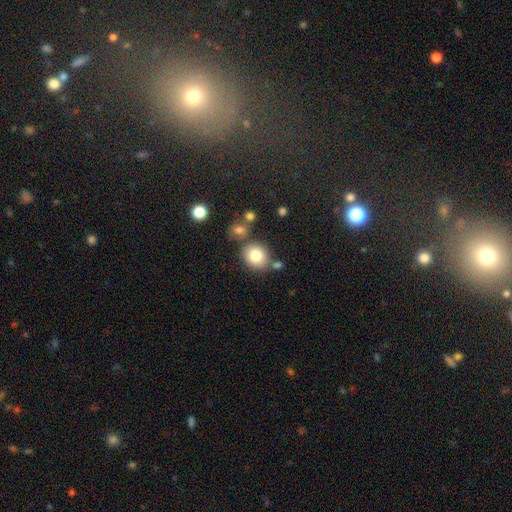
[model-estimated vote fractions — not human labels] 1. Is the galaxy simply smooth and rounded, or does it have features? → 80% smooth, 10% star or artifact, 10% featured or disk.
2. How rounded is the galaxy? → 75% round, 24% in between, 1% cigar-shaped.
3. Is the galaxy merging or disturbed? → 72% none, 12% minor disturbance, 12% merger, 4% major disturbance.